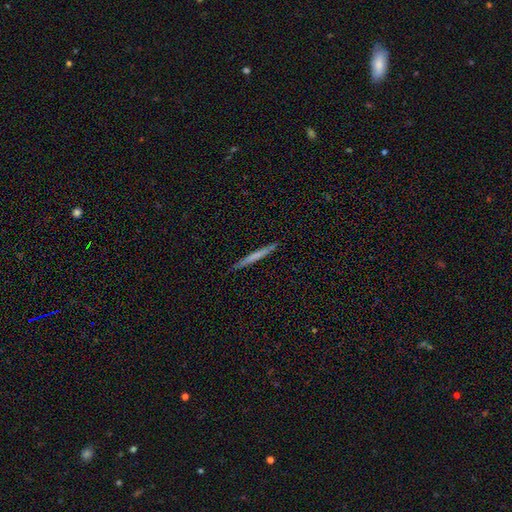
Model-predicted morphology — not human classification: Smooth or featured? smooth (59%)
How rounded? cigar-shaped (97%)
Merging? none (90%)